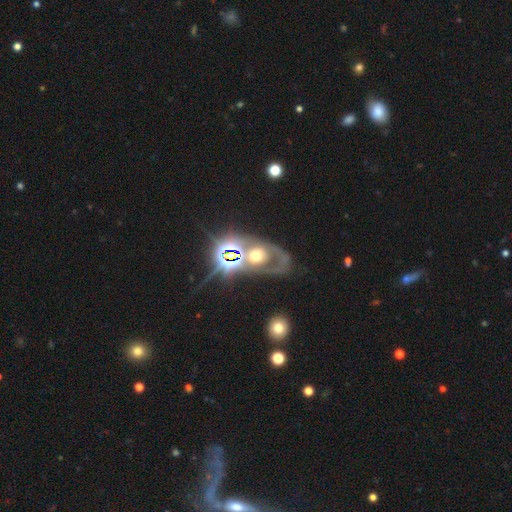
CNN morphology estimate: smooth_or_featured: featured or disk (p=0.49) [alt: star or artifact p=0.25]
merging: none (p=0.48) [alt: major disturbance p=0.22]